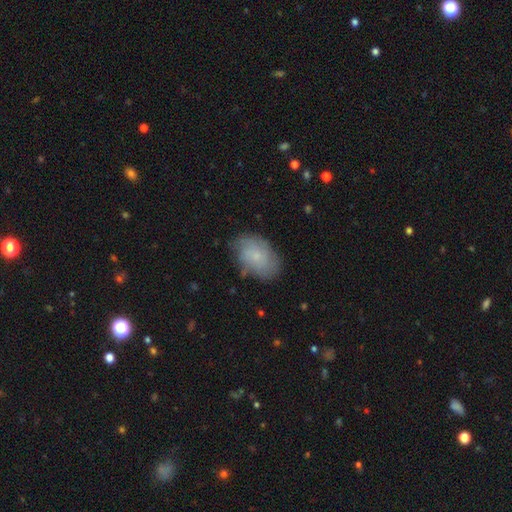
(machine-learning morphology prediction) smooth_or_featured: smooth (p=0.61) [alt: featured or disk p=0.31]
how_rounded: in between (p=0.87) [alt: round p=0.12]
merging: none (p=0.72) [alt: minor disturbance p=0.21]